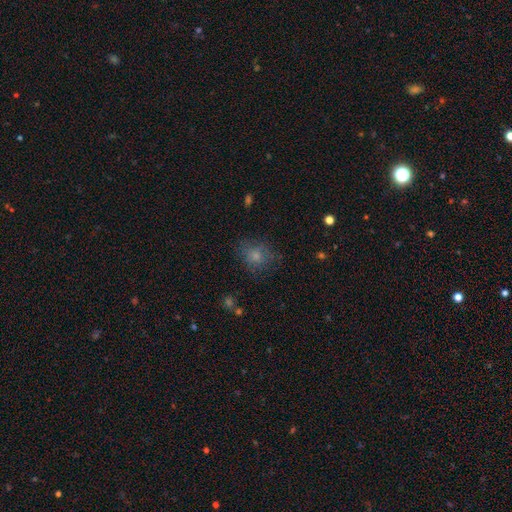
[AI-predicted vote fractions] Smooth or featured: smooth — 74% (featured or disk — 13%)
How rounded: round — 65% (in between — 34%)
Merging: none — 68% (minor disturbance — 20%)